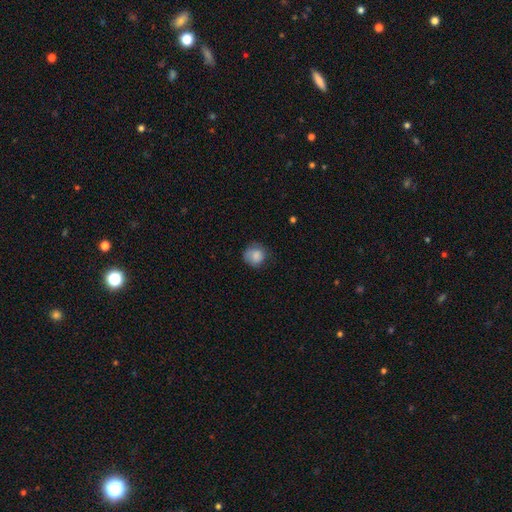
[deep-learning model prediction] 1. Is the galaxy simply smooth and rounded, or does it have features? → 84% smooth, 8% star or artifact, 8% featured or disk.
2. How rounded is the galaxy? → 86% round, 13% in between, 1% cigar-shaped.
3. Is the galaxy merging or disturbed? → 70% none, 23% minor disturbance, 6% major disturbance, 1% merger.